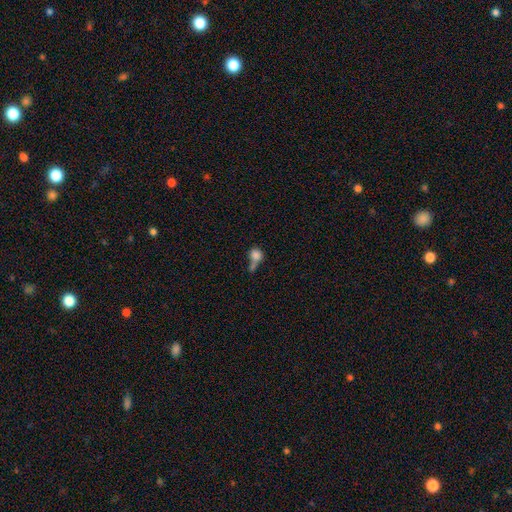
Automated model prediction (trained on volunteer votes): smooth_or_featured: smooth (p=0.79) [alt: featured or disk p=0.11]
how_rounded: round (p=0.71) [alt: in between p=0.27]
merging: merger (p=0.46) [alt: none p=0.28]